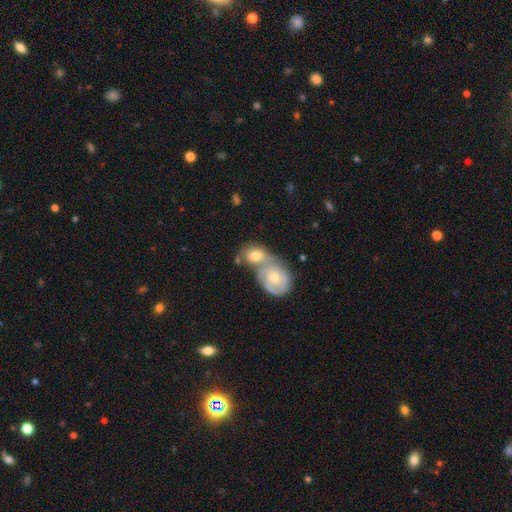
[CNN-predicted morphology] A smooth galaxy with no disk features (55%) that is in between round and cigar-shaped (54%). Merging: merger (69%).